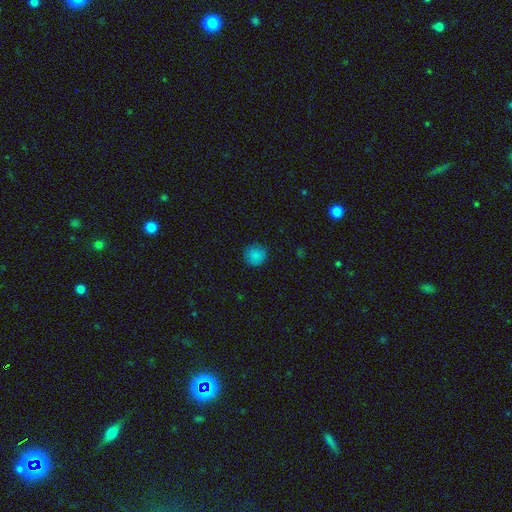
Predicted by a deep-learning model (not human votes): smooth-or-featured: smooth: 85% | star or artifact: 11% | featured or disk: 4%
  how-rounded: round: 93% | in between: 6% | cigar-shaped: 1%
  merging: none: 86% | minor disturbance: 10% | major disturbance: 2% | merger: 1%